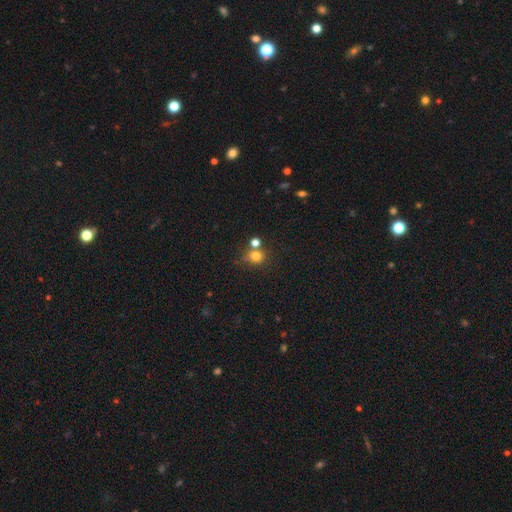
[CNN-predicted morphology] This appears to be a smooth galaxy with no disk features (77%) that is round (82%). Merging: none (61%).